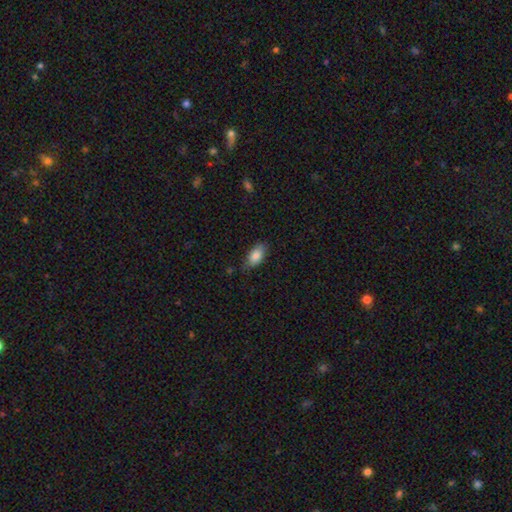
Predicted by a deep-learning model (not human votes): Morphology: type=smooth (83%); roundness=in between (90%); merging=none (76%).